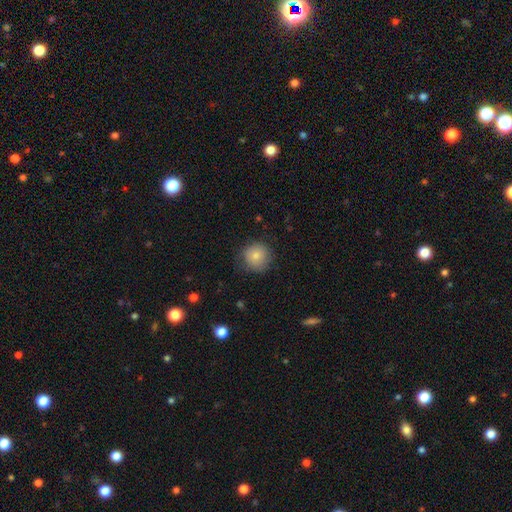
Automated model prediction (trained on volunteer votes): smooth 83%, star or artifact 9%, featured or disk 8%. Down the decision tree: how rounded — round (92%); merging — none (81%).